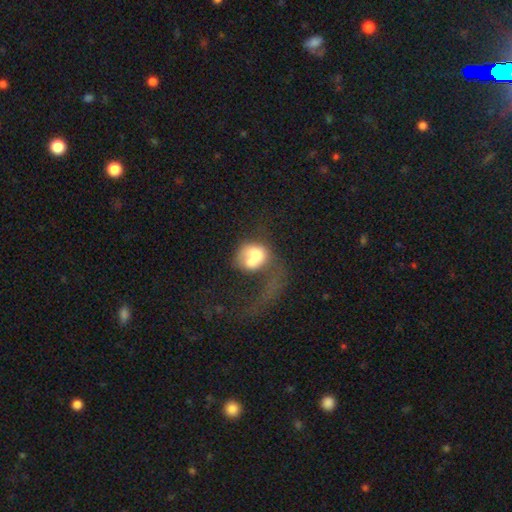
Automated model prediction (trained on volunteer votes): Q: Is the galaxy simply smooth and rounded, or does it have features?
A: smooth — 55%.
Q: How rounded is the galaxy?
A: round — 56%.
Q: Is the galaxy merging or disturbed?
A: merger — 48%.